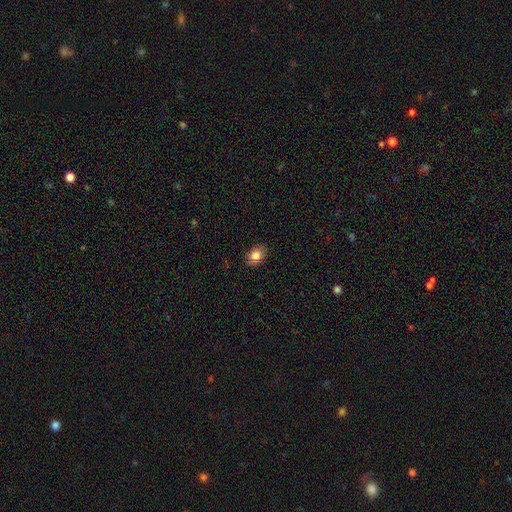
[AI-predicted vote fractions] This appears to be a smooth galaxy with no disk features (83%) that is in between round and cigar-shaped (71%). Merging: none (88%).